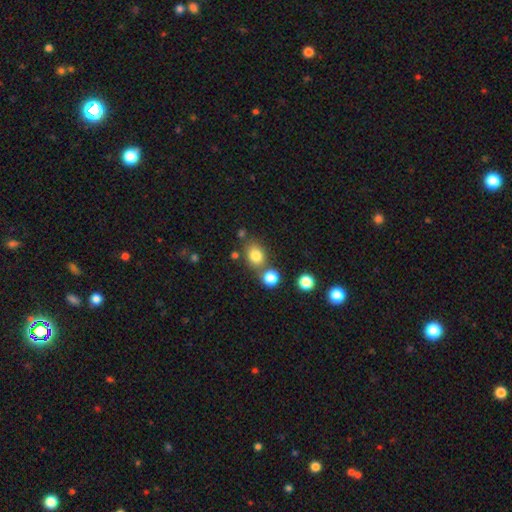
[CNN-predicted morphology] smooth-or-featured: smooth: 81% | star or artifact: 11% | featured or disk: 7%
  how-rounded: round: 54% | in between: 45% | cigar-shaped: 1%
  merging: none: 64% | merger: 20% | minor disturbance: 12% | major disturbance: 4%